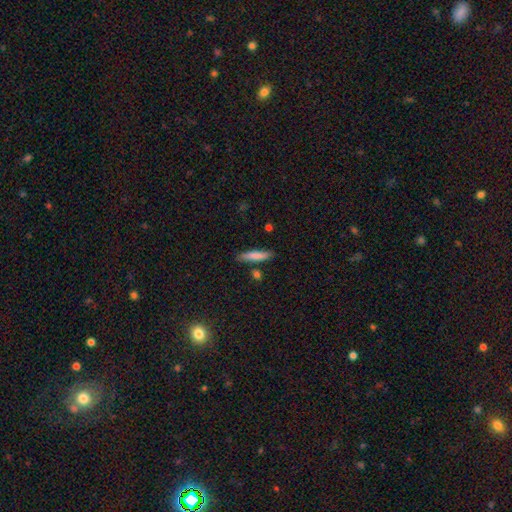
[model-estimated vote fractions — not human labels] Overall: smooth (79%). How rounded: cigar-shaped (87%). Merging: none (83%).